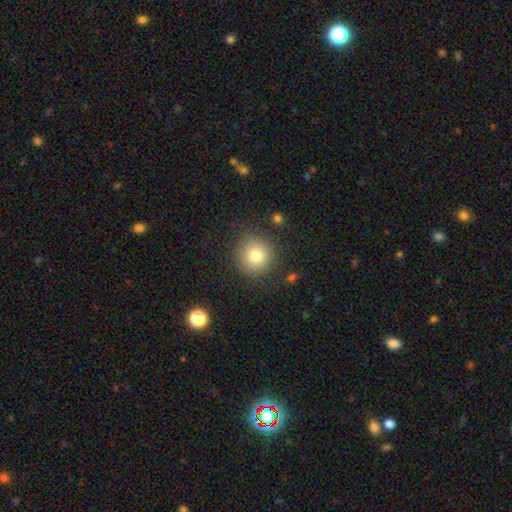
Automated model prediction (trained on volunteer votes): Q: Smooth or featured?
A: smooth (79%); runner-up: star or artifact (11%)
Q: How rounded?
A: round (92%); runner-up: in between (7%)
Q: Merging?
A: none (83%); runner-up: minor disturbance (11%)